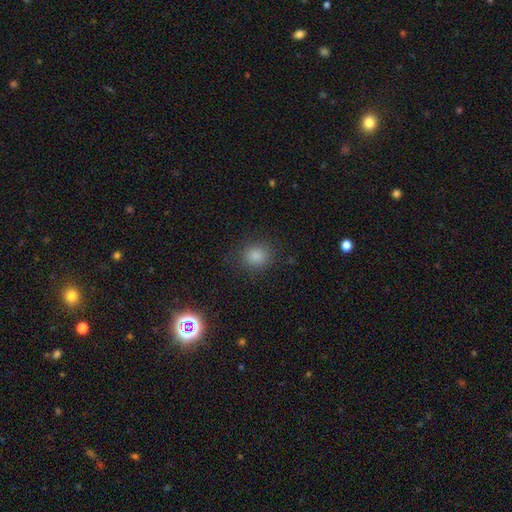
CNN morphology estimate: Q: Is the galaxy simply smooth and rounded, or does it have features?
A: smooth — 76%.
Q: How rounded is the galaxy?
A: round — 80%.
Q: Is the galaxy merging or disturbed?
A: none — 86%.